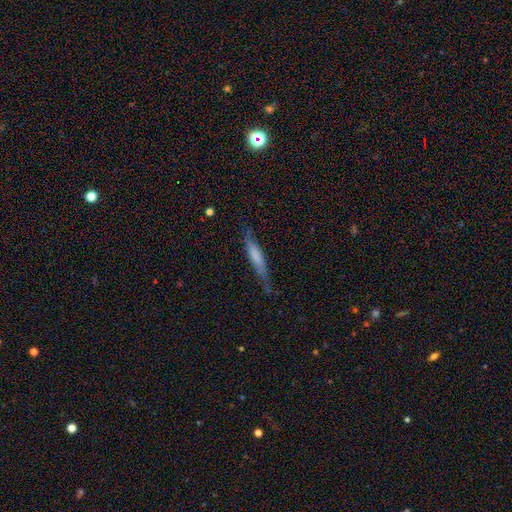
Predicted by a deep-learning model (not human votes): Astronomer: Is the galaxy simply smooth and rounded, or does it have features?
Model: smooth — 56% (runner-up: featured or disk, 38%).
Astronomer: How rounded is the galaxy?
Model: cigar-shaped — 88%.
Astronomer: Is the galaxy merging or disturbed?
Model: none — 67%.